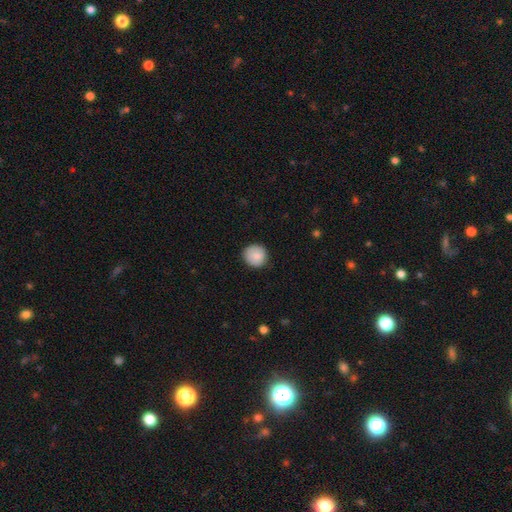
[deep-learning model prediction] Smooth or featured: smooth — 87% (star or artifact — 7%)
How rounded: round — 93% (in between — 6%)
Merging: none — 87% (minor disturbance — 10%)